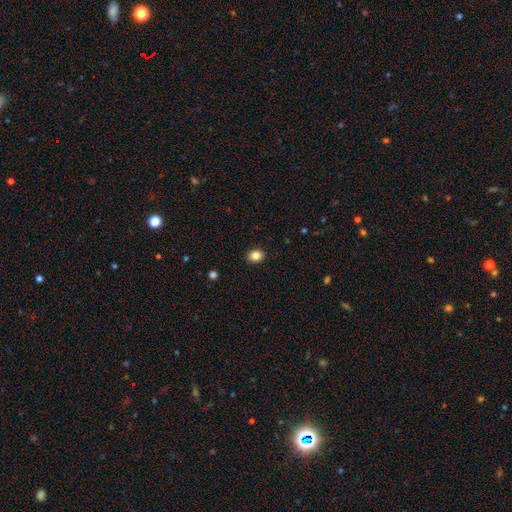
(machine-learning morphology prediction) Smooth or featured? smooth (85%)
How rounded? round (54%)
Merging? none (91%)